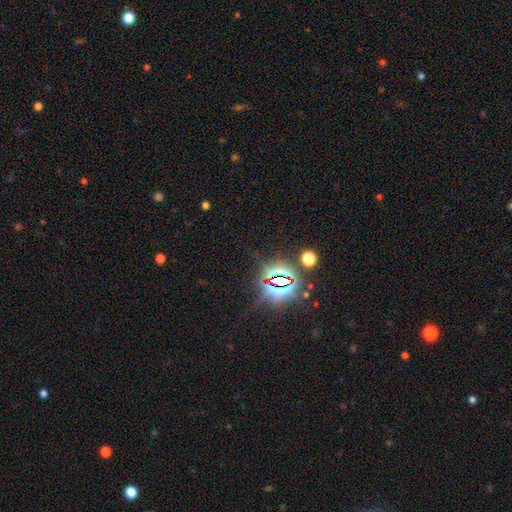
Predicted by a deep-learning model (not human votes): star or artifact 85%, smooth 8%, featured or disk 7%.